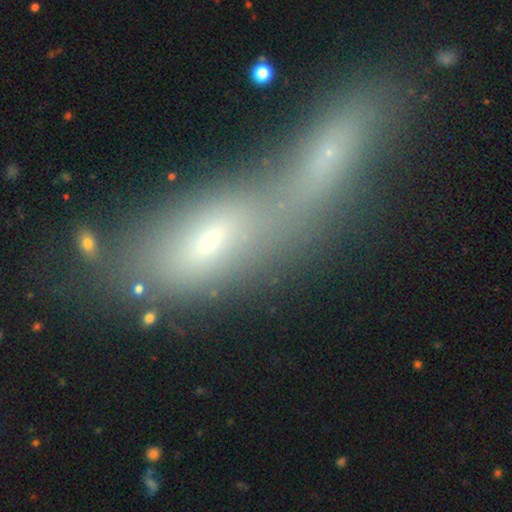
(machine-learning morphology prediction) This is possibly a smooth galaxy (57%). How rounded: likely in between (68%). Merging: possibly merger (55%).